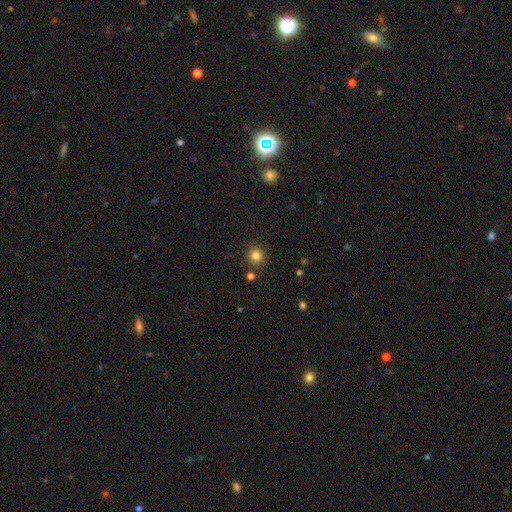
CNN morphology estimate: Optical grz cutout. It shows a smooth galaxy with no disk features (81%) that is round (92%). Merging: none (87%).